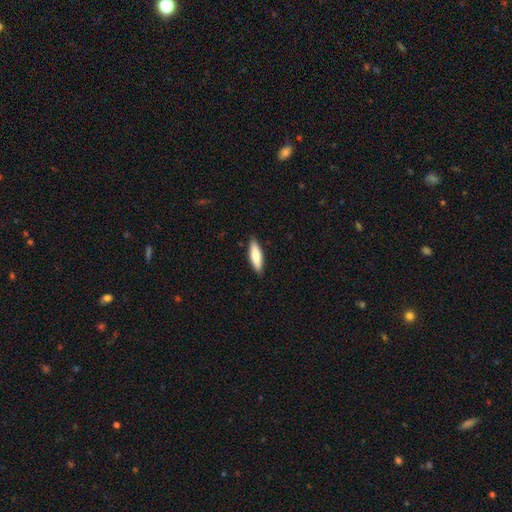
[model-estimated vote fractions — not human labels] smooth 77%, featured or disk 18%, star or artifact 5%. Down the decision tree: how rounded — cigar-shaped (53%); merging — none (88%).